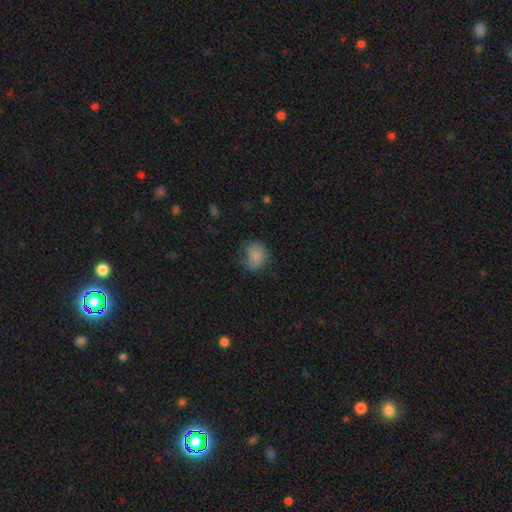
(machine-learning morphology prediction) smooth 81%, star or artifact 10%, featured or disk 9%. Down the decision tree: how rounded — round (60%); merging — none (57%).